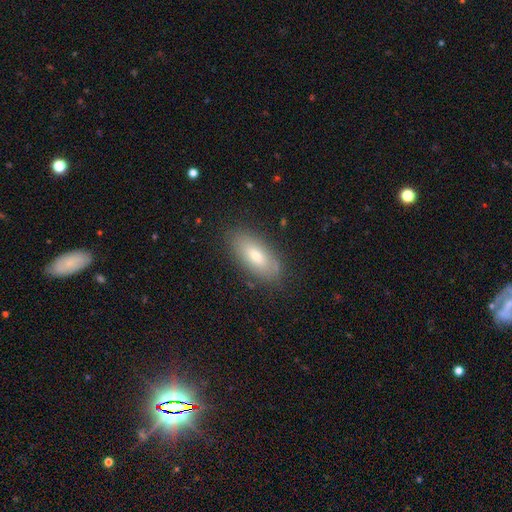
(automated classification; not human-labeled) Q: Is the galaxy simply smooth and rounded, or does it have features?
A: smooth — 72%.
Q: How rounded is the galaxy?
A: in between — 84%.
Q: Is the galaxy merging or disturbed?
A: none — 82%.